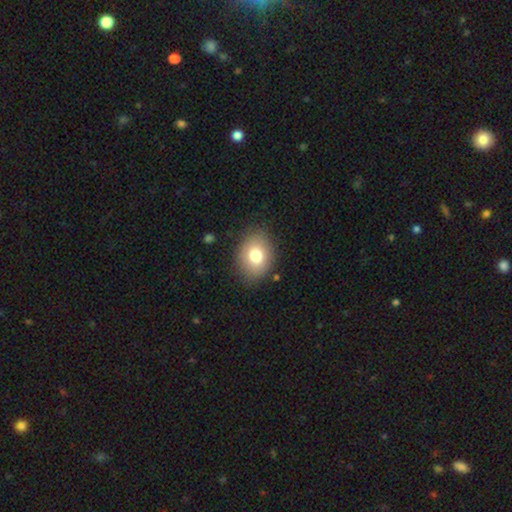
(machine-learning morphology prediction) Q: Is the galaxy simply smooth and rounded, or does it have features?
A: smooth — 78%.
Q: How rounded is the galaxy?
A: in between — 60%.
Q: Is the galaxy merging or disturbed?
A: none — 85%.